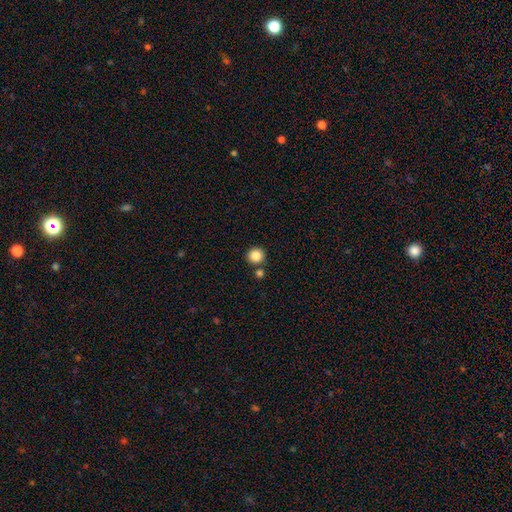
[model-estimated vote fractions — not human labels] The model was most divided on "merging": none: 81%, merger: 11%, minor disturbance: 6%, major disturbance: 2%. More confident: how rounded — round (94%); smooth or featured — smooth (85%).